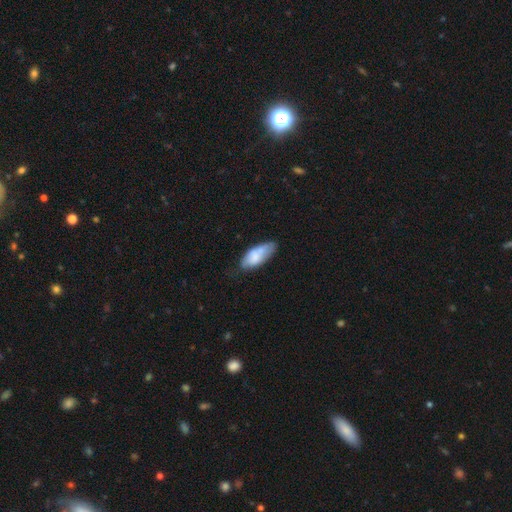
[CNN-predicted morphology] type=smooth (70%); roundness=in between (85%); merging=none (50%).